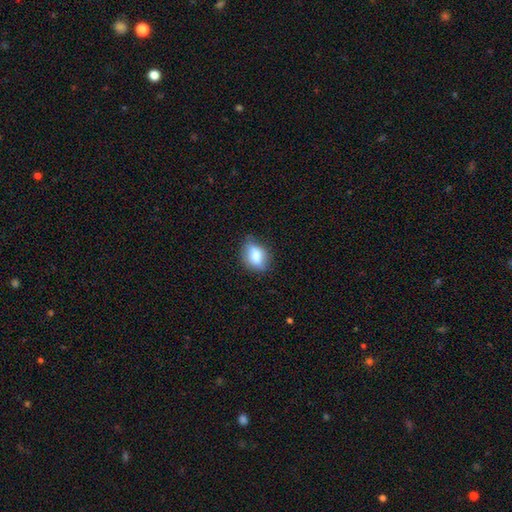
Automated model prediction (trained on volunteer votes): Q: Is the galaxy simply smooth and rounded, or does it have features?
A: smooth — 71%.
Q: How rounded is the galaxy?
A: in between — 73%.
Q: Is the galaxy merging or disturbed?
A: none — 69%.